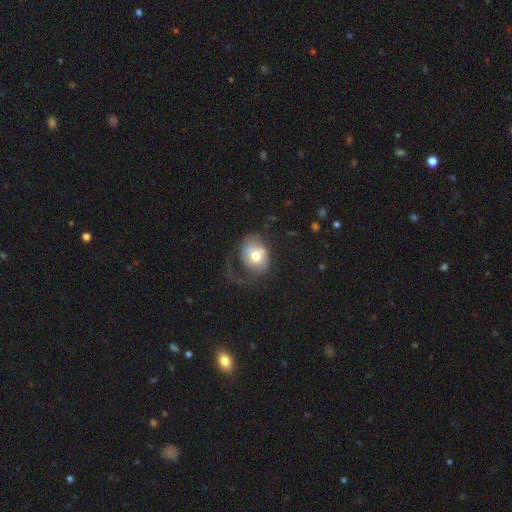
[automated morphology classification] This appears to be a smooth galaxy with no disk features (60%) that is in between round and cigar-shaped (50%). Merging: major disturbance (38%).